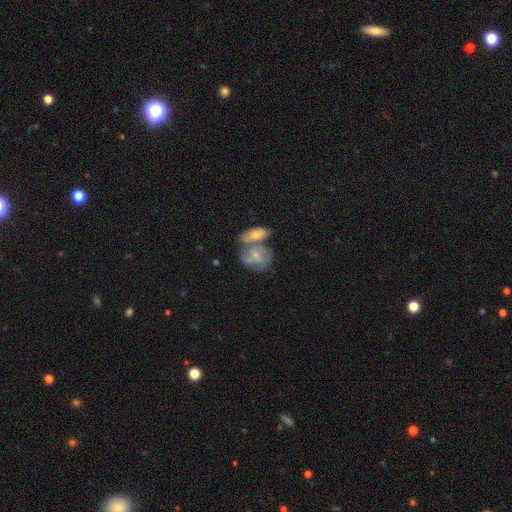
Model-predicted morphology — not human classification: featured or disk 54%, smooth 39%, star or artifact 8%. Down the decision tree: edge-on disk — no (96%); bar — no (61%); spiral arms — yes (73%); bulge size — small (57%); merging — merger (57%).